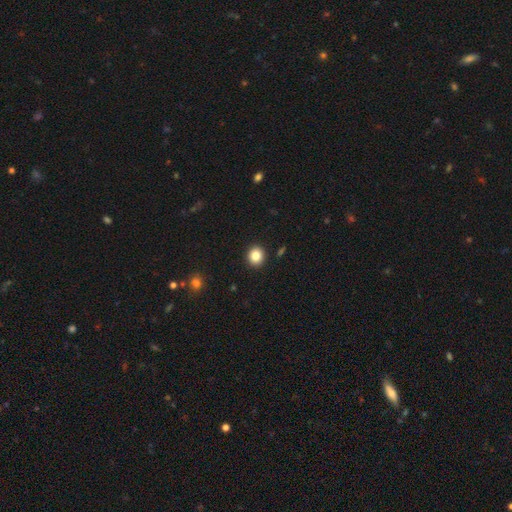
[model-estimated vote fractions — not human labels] Smooth or featured?
  - smooth: 85% *
  - star or artifact: 10%
  - featured or disk: 5%
How rounded?
  - round: 83% *
  - in between: 16%
  - cigar-shaped: 1%
Merging?
  - none: 92% *
  - minor disturbance: 5%
  - major disturbance: 2%
  - merger: 1%